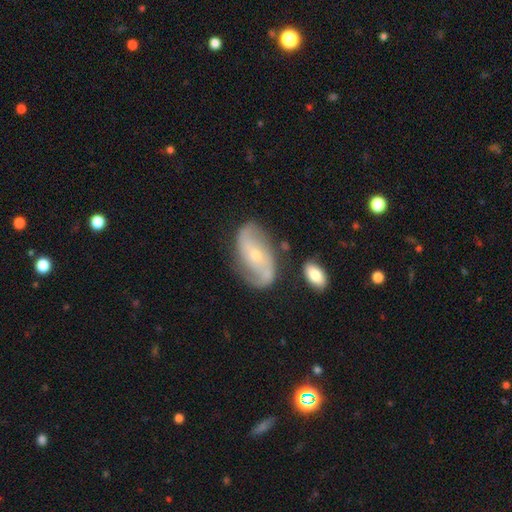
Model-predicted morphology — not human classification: A featured or disk galaxy (81%) with no bar (51%), 2 (89%) loose (43%) spiral arms (93%) and a small central bulge (61%).

Vote fractions:
- Smooth or featured? featured or disk: 81% / smooth: 13% / star or artifact: 6%
- Edge-on disk? no: 96% / yes: 4%
- Bar? no: 51% / weak: 34% / strong: 15%
- Spiral arms? yes: 93% / no: 7%
- Spiral winding? loose: 43% / medium: 40% / tight: 18%
- Spiral arm count? 2: 89% / can't tell: 5% / 1: 2% / 3: 1% / 4: 1% / more than 4: 1%
- Bulge size? small: 61% / moderate: 35% / large: 2% / none: 2% / dominant: 1%
- Merging? none: 73% / minor disturbance: 16% / major disturbance: 6% / merger: 5%